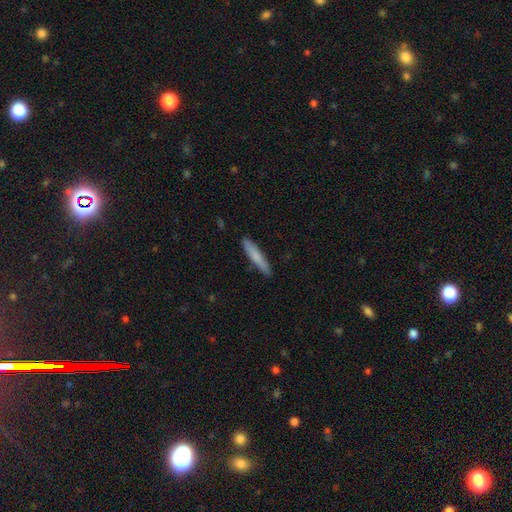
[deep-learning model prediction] smooth-or-featured: smooth: 76% | featured or disk: 19% | star or artifact: 6%
  how-rounded: cigar-shaped: 92% | in between: 7% | round: 1%
  merging: none: 88% | minor disturbance: 10% | major disturbance: 2% | merger: 1%